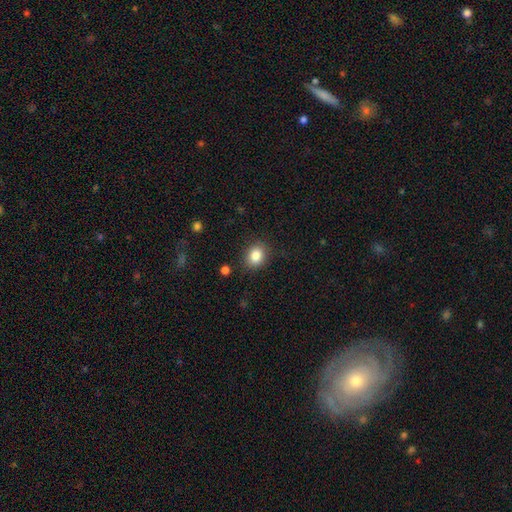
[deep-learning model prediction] This appears to be a smooth galaxy with no disk features (85%) that is round (54%). Merging: none (85%).